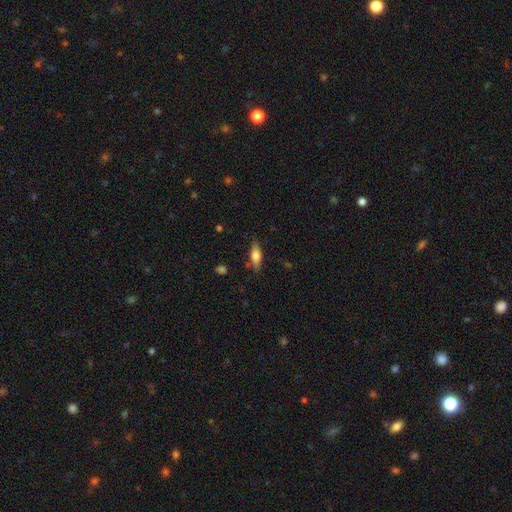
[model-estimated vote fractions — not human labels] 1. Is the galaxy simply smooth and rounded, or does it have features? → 59% smooth, 34% featured or disk, 7% star or artifact.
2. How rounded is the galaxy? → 57% in between, 40% cigar-shaped, 3% round.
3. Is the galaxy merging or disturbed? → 81% none, 14% minor disturbance, 3% major disturbance, 2% merger.